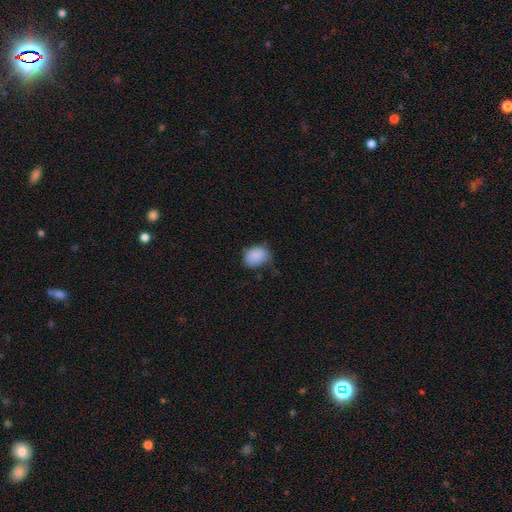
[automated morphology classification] Smooth or featured? smooth (87%)
How rounded? in between (67%)
Merging? none (59%)